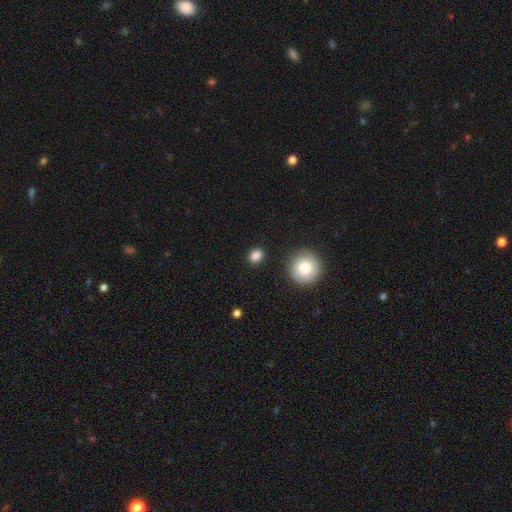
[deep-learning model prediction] Q: Smooth or featured?
A: smooth (85%); runner-up: star or artifact (11%)
Q: How rounded?
A: round (62%); runner-up: in between (37%)
Q: Merging?
A: none (87%); runner-up: minor disturbance (8%)